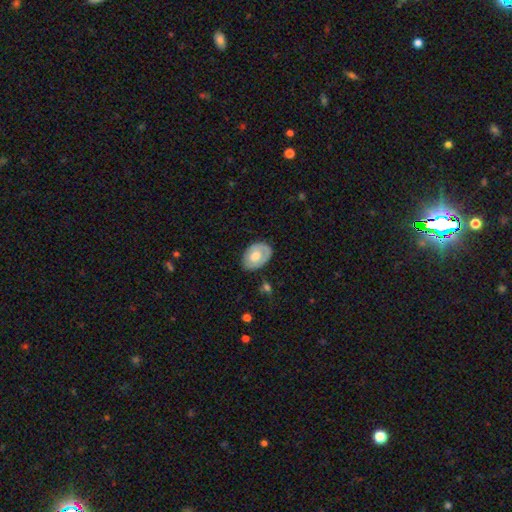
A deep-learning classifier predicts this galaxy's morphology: Smooth or featured? smooth (57%)
How rounded? in between (83%)
Merging? none (73%)